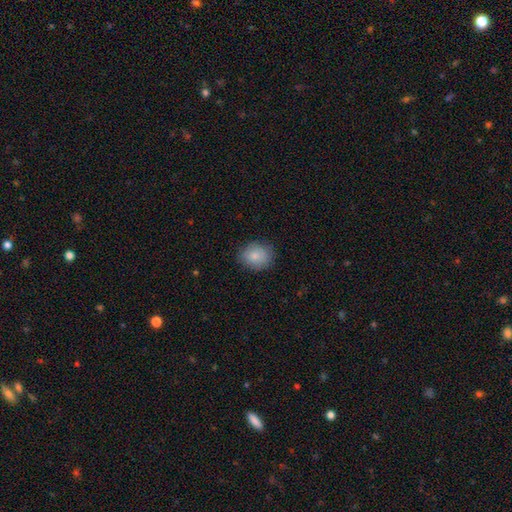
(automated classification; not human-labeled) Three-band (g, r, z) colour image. It shows a smooth galaxy with no disk features (85%) that is round (63%). Merging: none (84%).